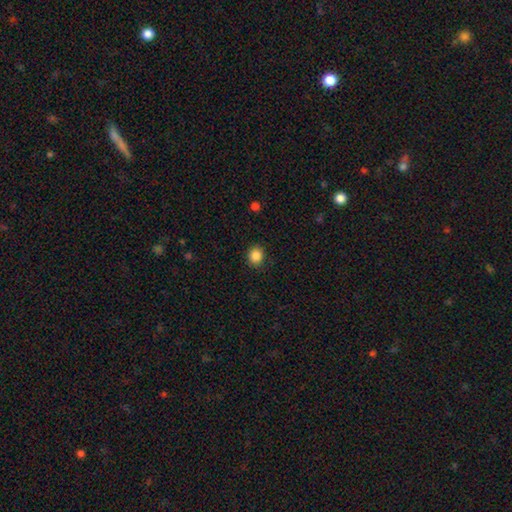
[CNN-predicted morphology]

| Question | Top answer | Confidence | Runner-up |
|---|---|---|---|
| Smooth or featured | smooth | 87% | star or artifact (10%) |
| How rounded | round | 83% | in between (16%) |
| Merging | none | 89% | minor disturbance (7%) |